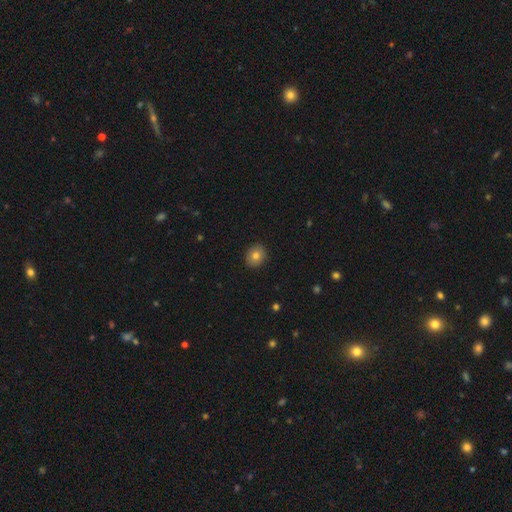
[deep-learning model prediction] Q: Smooth or featured?
A: smooth (79%); runner-up: featured or disk (11%)
Q: How rounded?
A: round (77%); runner-up: in between (22%)
Q: Merging?
A: none (90%); runner-up: minor disturbance (7%)